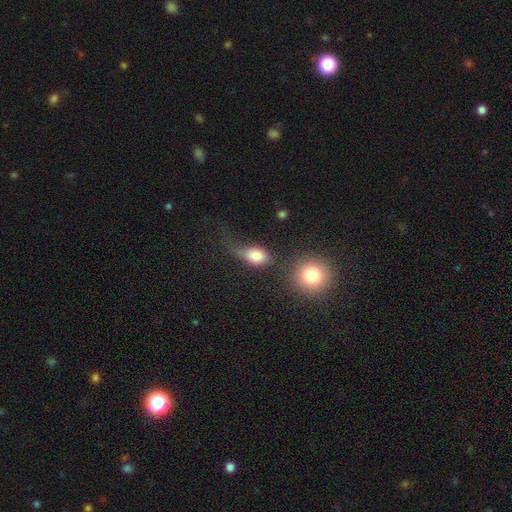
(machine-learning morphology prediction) A smooth galaxy with no disk features (78%) that is in between round and cigar-shaped (73%).

Vote fractions:
- Smooth or featured? smooth: 78% / featured or disk: 13% / star or artifact: 9%
- How rounded? in between: 73% / round: 23% / cigar-shaped: 4%
- Merging? major disturbance: 33% / none: 28% / minor disturbance: 25% / merger: 14%